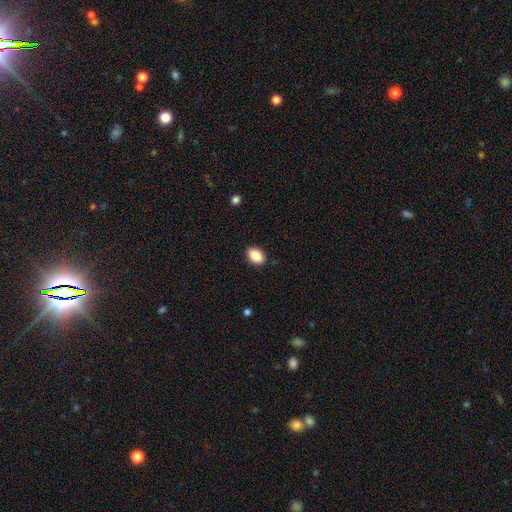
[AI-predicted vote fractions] Morphology: type=smooth (87%); roundness=in between (86%); merging=none (89%).